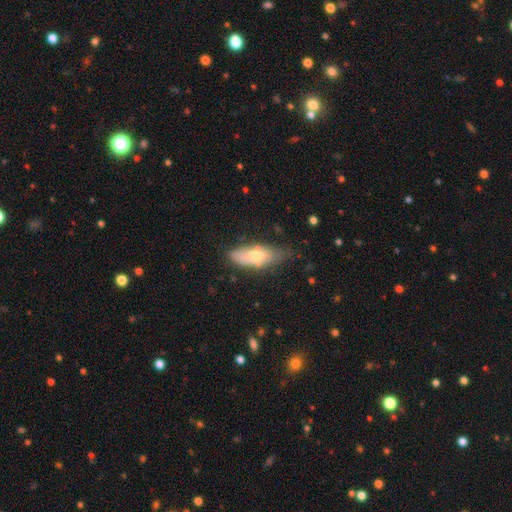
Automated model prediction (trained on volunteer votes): A smooth galaxy with no disk features (64%) that is in between round and cigar-shaped (75%).

Vote fractions:
- Smooth or featured? smooth: 64% / featured or disk: 30% / star or artifact: 7%
- How rounded? in between: 75% / cigar-shaped: 23% / round: 2%
- Merging? none: 61% / minor disturbance: 30% / major disturbance: 6% / merger: 2%